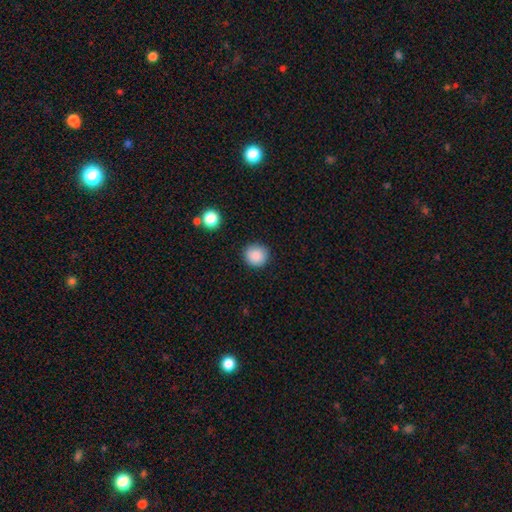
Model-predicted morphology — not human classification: smooth-or-featured: smooth: 88% | star or artifact: 9% | featured or disk: 3%
  how-rounded: round: 93% | in between: 6% | cigar-shaped: 1%
  merging: none: 90% | minor disturbance: 7% | major disturbance: 2% | merger: 1%